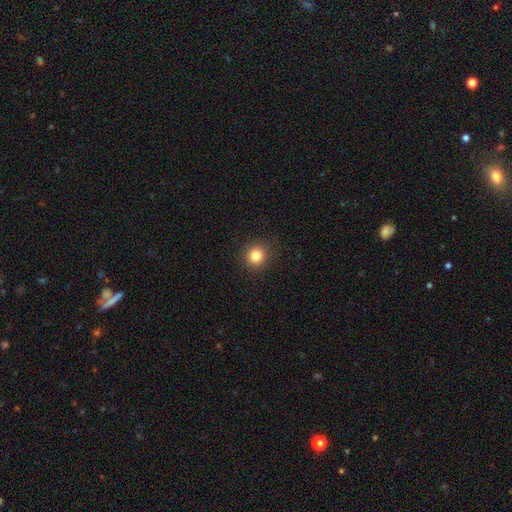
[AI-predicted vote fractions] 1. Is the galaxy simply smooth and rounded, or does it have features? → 83% smooth, 12% star or artifact, 5% featured or disk.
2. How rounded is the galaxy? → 90% round, 9% in between, 1% cigar-shaped.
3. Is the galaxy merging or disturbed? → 91% none, 6% minor disturbance, 2% major disturbance, 1% merger.